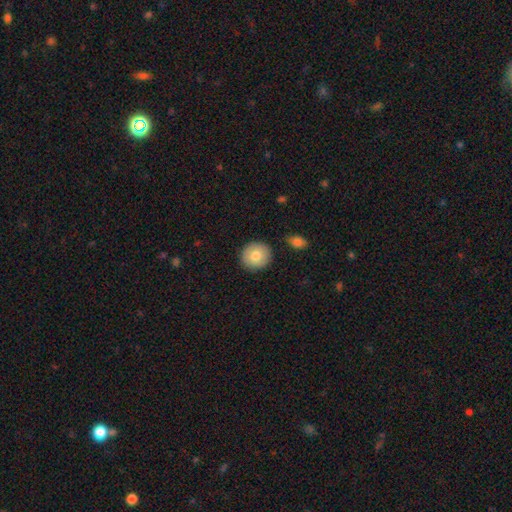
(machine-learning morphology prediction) Smooth or featured? smooth (79%)
How rounded? round (89%)
Merging? none (87%)